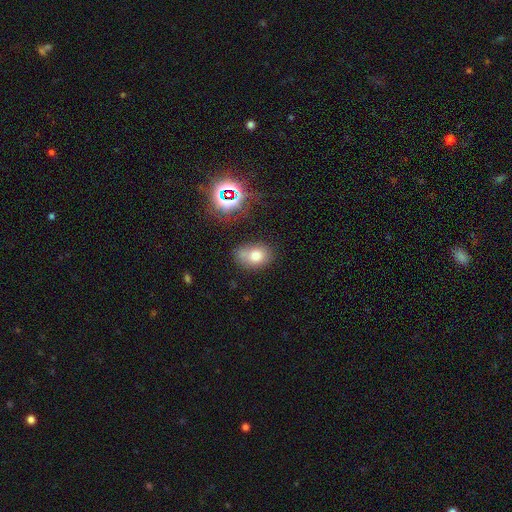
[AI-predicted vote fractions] Smooth or featured?
  - smooth: 73% *
  - star or artifact: 14%
  - featured or disk: 13%
How rounded?
  - in between: 73% *
  - round: 26%
  - cigar-shaped: 1%
Merging?
  - none: 59% *
  - minor disturbance: 22%
  - merger: 11%
  - major disturbance: 7%